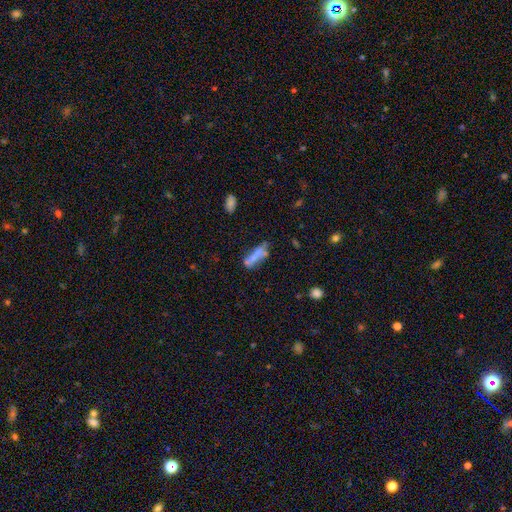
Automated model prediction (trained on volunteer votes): smooth_or_featured: smooth (p=0.53) [alt: featured or disk p=0.35]
how_rounded: in between (p=0.49) [alt: cigar-shaped p=0.47]
merging: none (p=0.38) [alt: merger p=0.25]